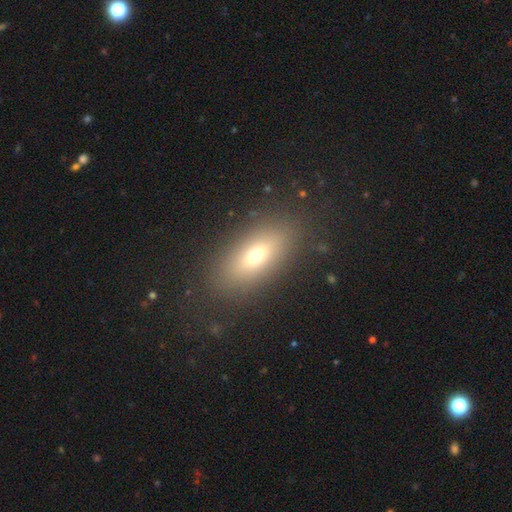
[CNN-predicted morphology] Smooth or featured: smooth — 66% (featured or disk — 22%)
How rounded: in between — 79% (cigar-shaped — 15%)
Merging: none — 85% (minor disturbance — 9%)